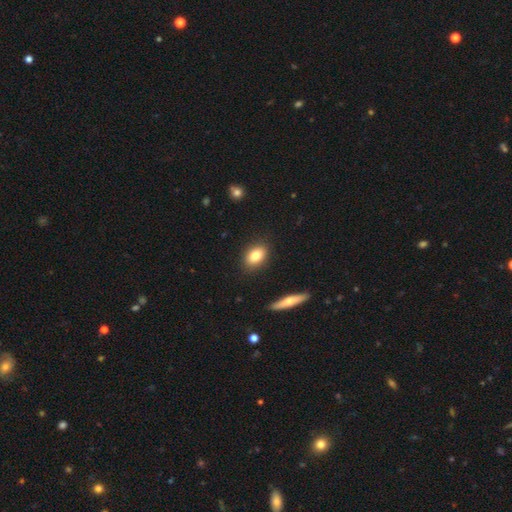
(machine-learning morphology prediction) Smooth or featured: smooth — 80% (featured or disk — 12%)
How rounded: in between — 78% (round — 19%)
Merging: none — 87% (minor disturbance — 9%)